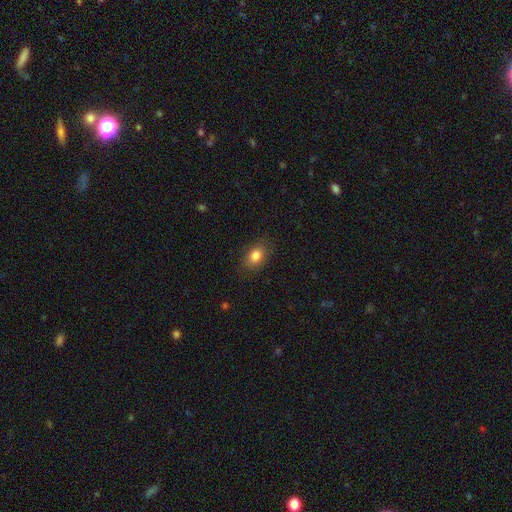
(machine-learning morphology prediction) A smooth galaxy with no disk features (83%) that is in between round and cigar-shaped (77%).

Vote fractions:
- Smooth or featured? smooth: 83% / star or artifact: 9% / featured or disk: 7%
- How rounded? in between: 77% / round: 21% / cigar-shaped: 2%
- Merging? none: 85% / minor disturbance: 11% / major disturbance: 3% / merger: 1%